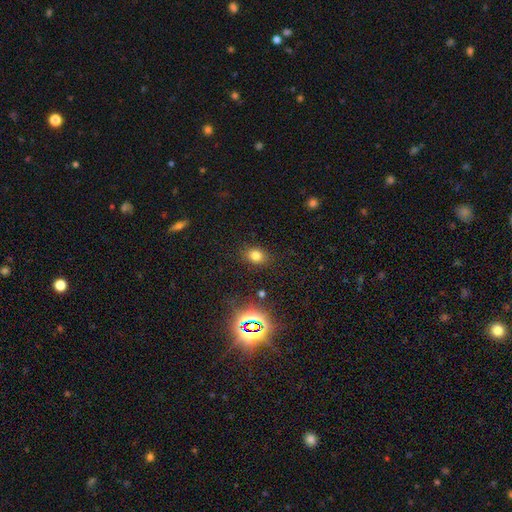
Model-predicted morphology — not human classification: The model was most divided on "how rounded": in between: 52%, round: 47%, cigar-shaped: 1%. More confident: merging — none (85%); smooth or featured — smooth (74%).